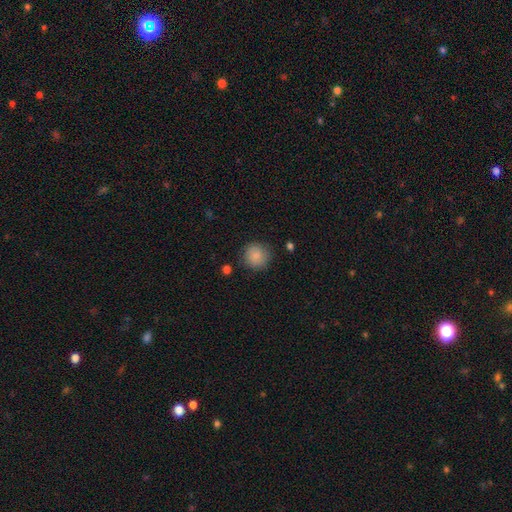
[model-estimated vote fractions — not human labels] Smooth or featured?
  - smooth: 87% *
  - star or artifact: 8%
  - featured or disk: 5%
How rounded?
  - round: 92% *
  - in between: 7%
  - cigar-shaped: 1%
Merging?
  - none: 84% *
  - minor disturbance: 11%
  - major disturbance: 3%
  - merger: 2%